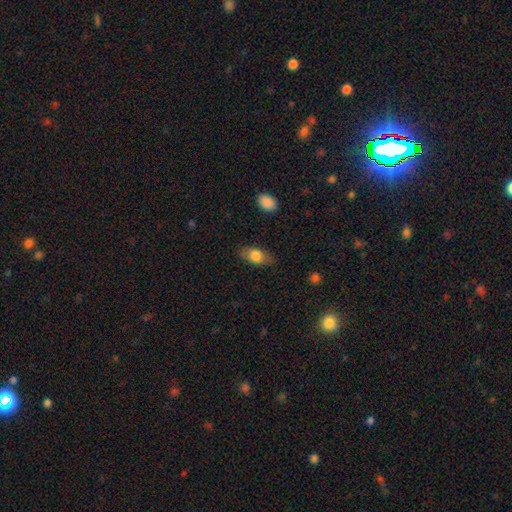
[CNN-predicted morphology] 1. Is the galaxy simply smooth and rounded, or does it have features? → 76% smooth, 18% featured or disk, 7% star or artifact.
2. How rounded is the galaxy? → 87% in between, 7% cigar-shaped, 6% round.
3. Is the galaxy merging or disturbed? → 80% none, 14% minor disturbance, 4% major disturbance, 1% merger.